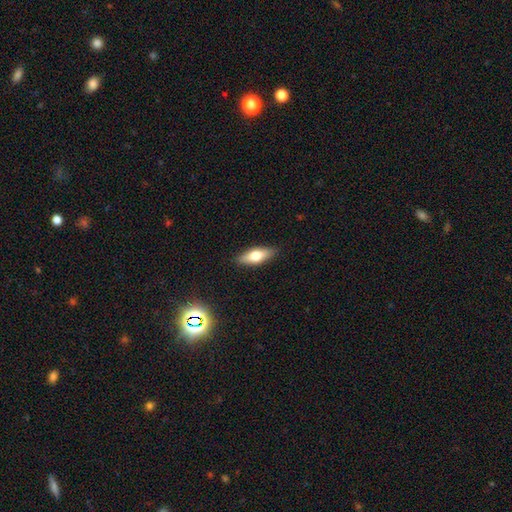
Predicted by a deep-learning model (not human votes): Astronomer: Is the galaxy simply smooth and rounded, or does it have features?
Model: smooth — 59%.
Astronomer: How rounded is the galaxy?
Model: in between — 64%.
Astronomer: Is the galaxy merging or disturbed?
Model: none — 88%.